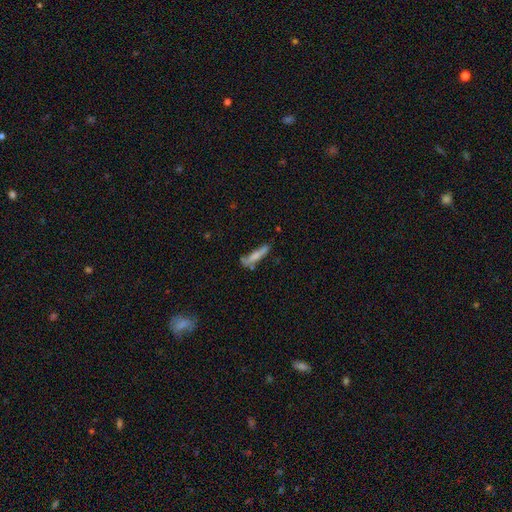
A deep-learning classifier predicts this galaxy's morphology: Overall: smooth (65%; featured or disk 28%). How rounded: cigar-shaped (86%). Merging: none (54%; minor disturbance 25%).